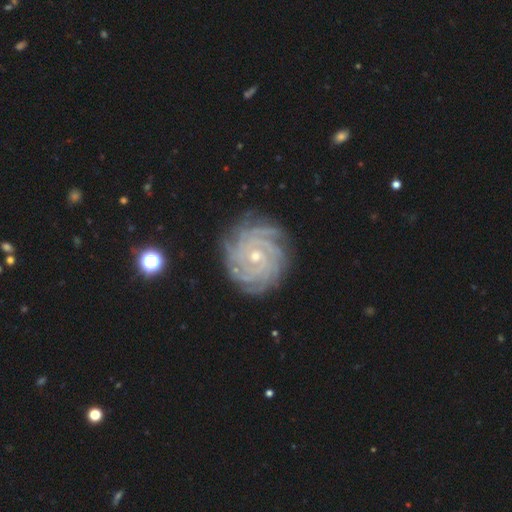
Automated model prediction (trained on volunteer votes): Smooth or featured? Predicted: featured or disk (p=0.89). Edge-on disk? Predicted: no (p=0.98). Bar? Predicted: no (p=0.69). Spiral arms? Predicted: yes (p=0.98). Spiral winding? Predicted: tight (p=0.86). Spiral arm count? Predicted: more than 4 (p=0.33). Bulge size? Predicted: small (p=0.64). Merging? Predicted: none (p=0.83).